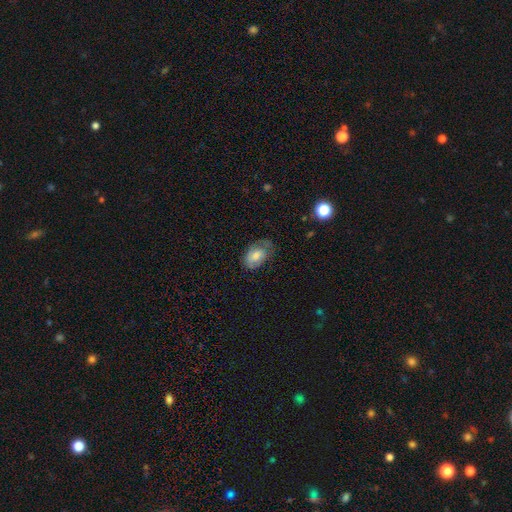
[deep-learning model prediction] smooth-or-featured: smooth: 61% | featured or disk: 31% | star or artifact: 8%
  how-rounded: in between: 88% | round: 10% | cigar-shaped: 2%
  merging: none: 56% | minor disturbance: 29% | major disturbance: 13% | merger: 2%